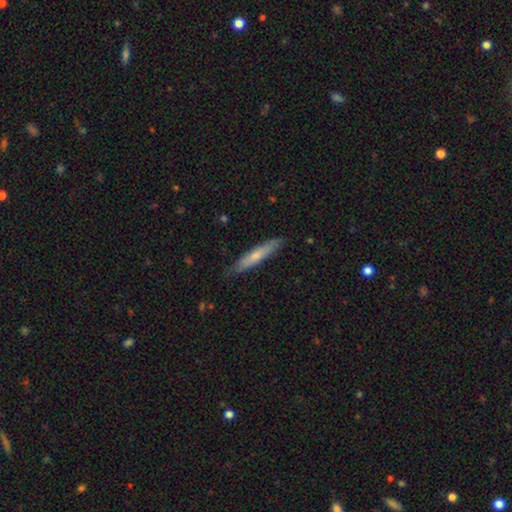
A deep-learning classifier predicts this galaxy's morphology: Smooth or featured: smooth — 61% (featured or disk — 33%)
How rounded: cigar-shaped — 91% (in between — 7%)
Merging: none — 84% (minor disturbance — 13%)